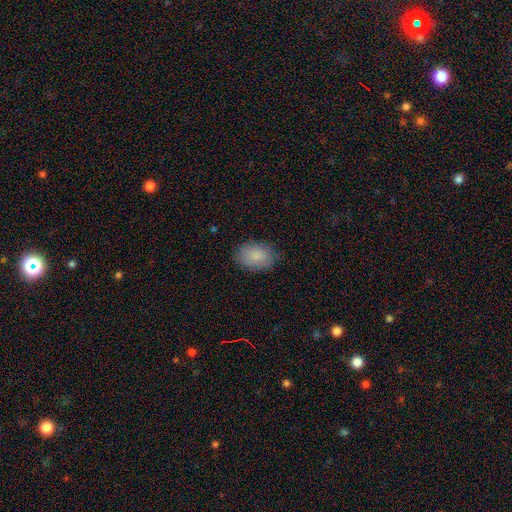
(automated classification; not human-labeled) Smooth or featured? Predicted: smooth (p=0.85). How rounded? Predicted: in between (p=0.81). Merging? Predicted: none (p=0.81).